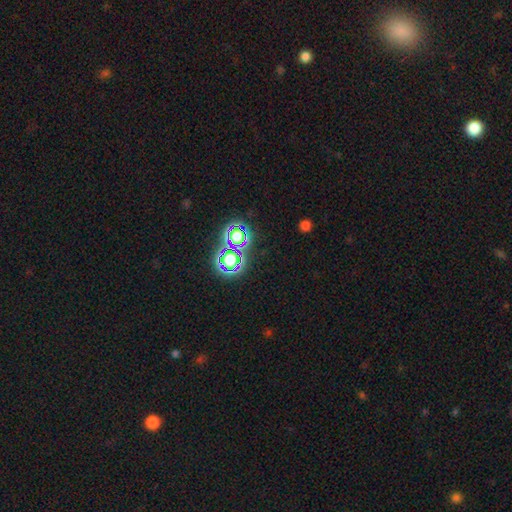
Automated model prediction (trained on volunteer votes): Smooth or featured? star or artifact (70%)